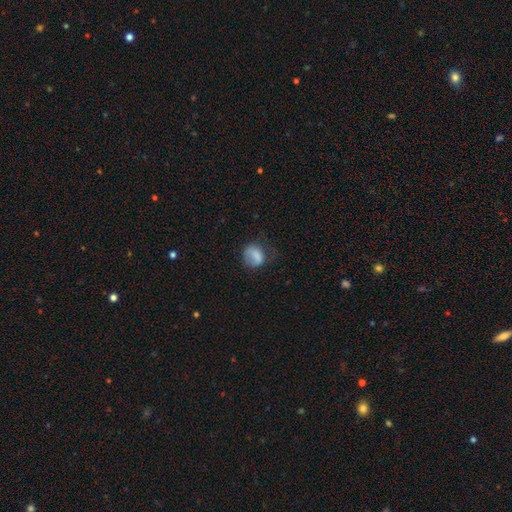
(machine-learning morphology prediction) This is likely a smooth galaxy (75%). How rounded: possibly round (54%). Merging: marginally none (43%).